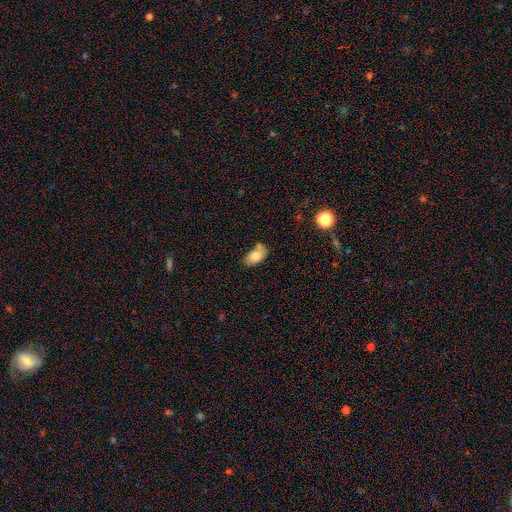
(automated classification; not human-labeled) Smooth or featured: smooth — 80% (featured or disk — 12%)
How rounded: in between — 92% (round — 5%)
Merging: none — 53% (minor disturbance — 24%)